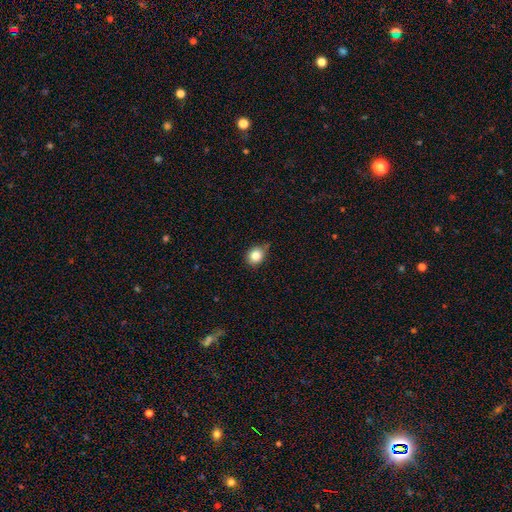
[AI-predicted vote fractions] Smooth or featured: smooth — 83% (star or artifact — 10%)
How rounded: round — 70% (in between — 29%)
Merging: none — 65% (minor disturbance — 27%)